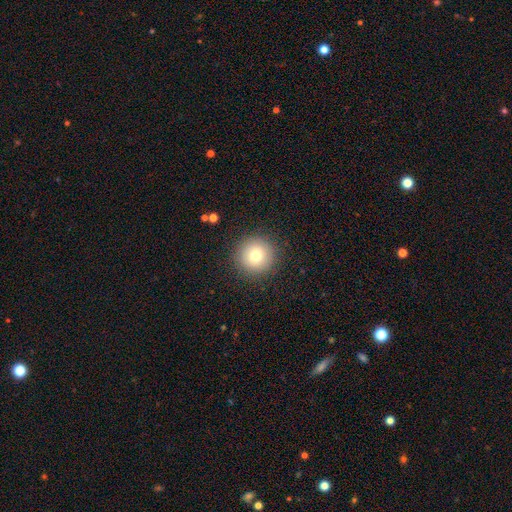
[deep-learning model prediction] Overall: smooth (76%). How rounded: round (96%). Merging: none (90%).